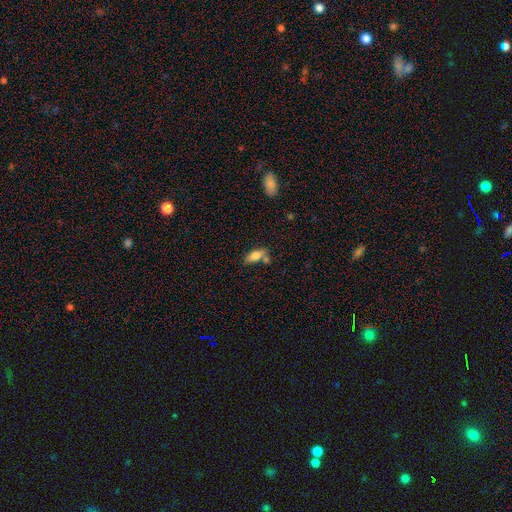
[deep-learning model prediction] The model was most divided on "merging": none: 53%, merger: 23%, minor disturbance: 18%, major disturbance: 6%. More confident: how rounded — in between (76%); smooth or featured — smooth (70%).